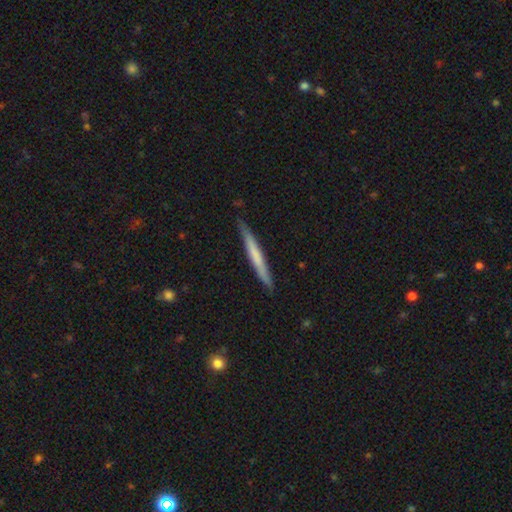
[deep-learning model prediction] Smooth or featured: smooth — 56% (featured or disk — 39%)
How rounded: cigar-shaped — 97% (in between — 2%)
Merging: none — 87% (minor disturbance — 10%)